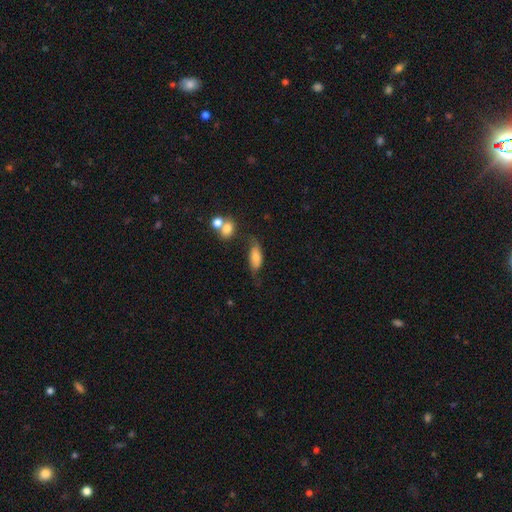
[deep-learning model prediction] Smooth or featured? smooth (68%)
How rounded? in between (79%)
Merging? none (47%)